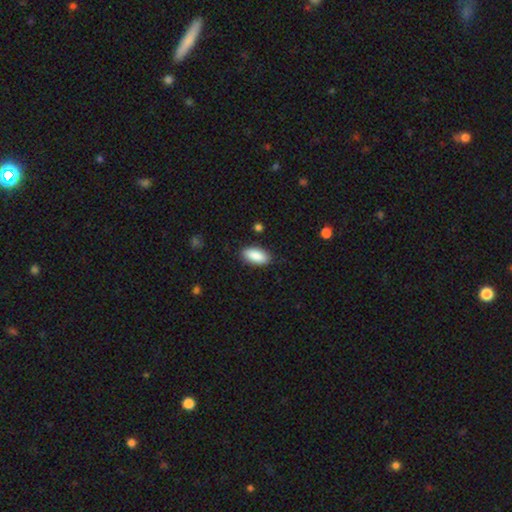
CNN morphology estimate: Smooth or featured? smooth (89%)
How rounded? in between (90%)
Merging? none (86%)